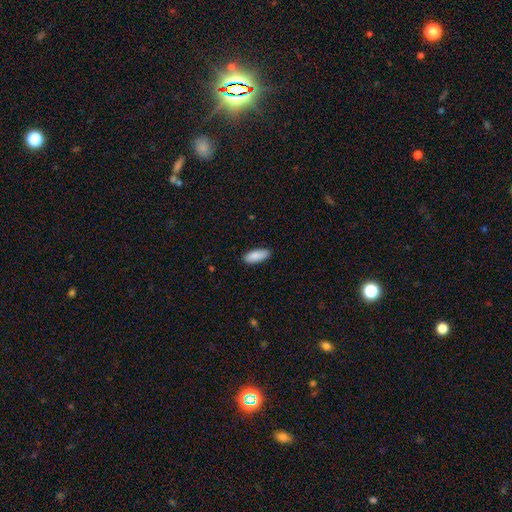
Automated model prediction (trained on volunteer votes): Smooth or featured? smooth (90%)
How rounded? in between (76%)
Merging? none (87%)